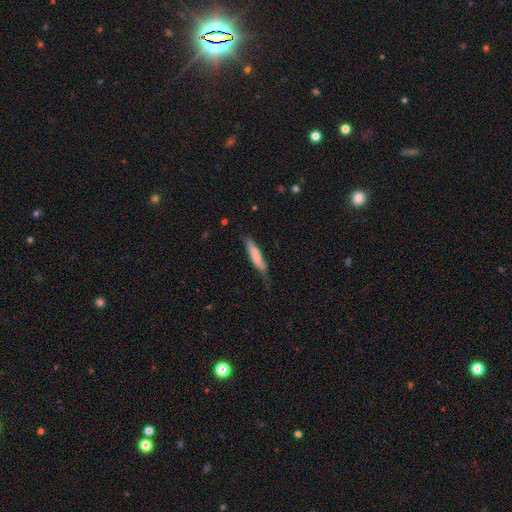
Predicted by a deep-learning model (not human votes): The model was most divided on "merging": none: 52%, minor disturbance: 34%, major disturbance: 11%, merger: 3%. More confident: how rounded — cigar-shaped (81%); smooth or featured — smooth (72%).